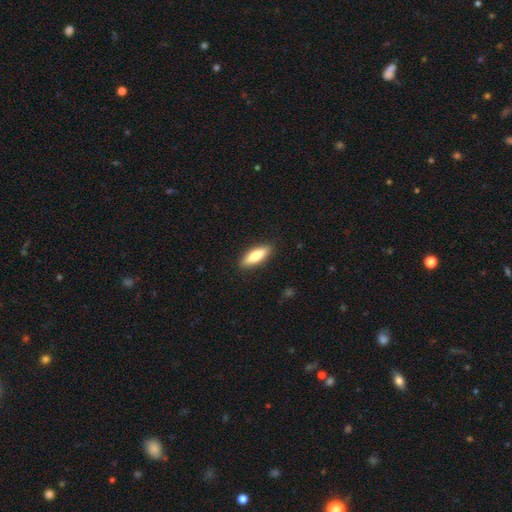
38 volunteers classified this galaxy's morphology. Smooth or featured? smooth (68%)
How rounded? in between (58%)
Merging? none (91%)